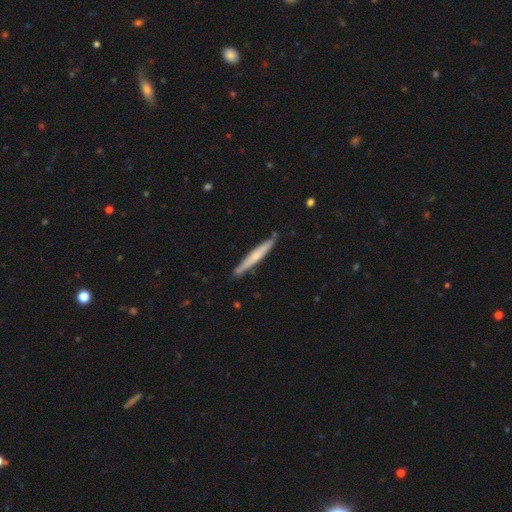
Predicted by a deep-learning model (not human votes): The model was most divided on "smooth or featured": smooth: 52%, featured or disk: 42%, star or artifact: 5%. More confident: how rounded — cigar-shaped (96%); merging — none (85%).